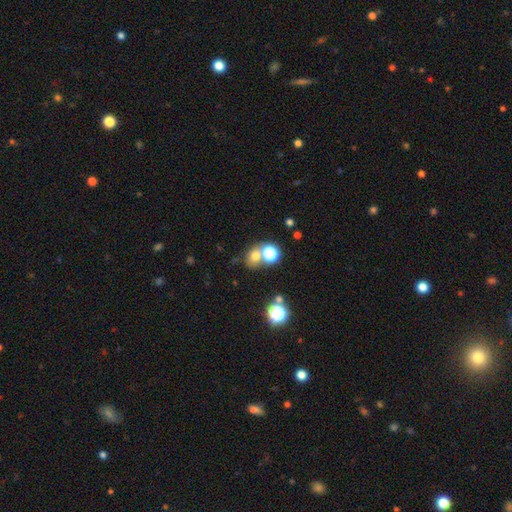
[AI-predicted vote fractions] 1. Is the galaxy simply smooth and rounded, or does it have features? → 67% smooth, 22% star or artifact, 11% featured or disk.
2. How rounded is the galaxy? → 67% round, 32% in between, 1% cigar-shaped.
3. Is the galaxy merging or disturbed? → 50% none, 37% merger, 9% minor disturbance, 4% major disturbance.